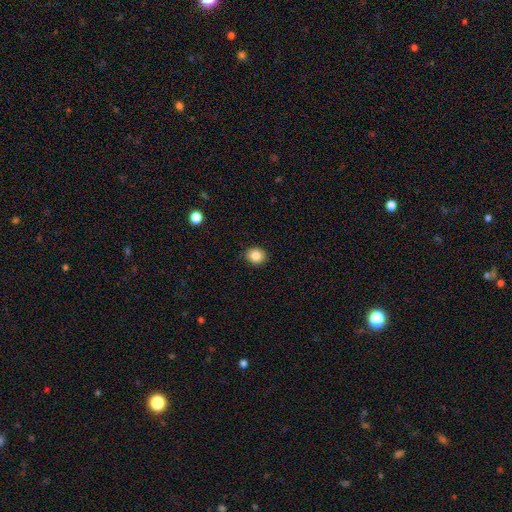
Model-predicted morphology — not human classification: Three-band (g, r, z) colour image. It shows a smooth galaxy with no disk features (83%) that is round (67%). Merging: none (89%).